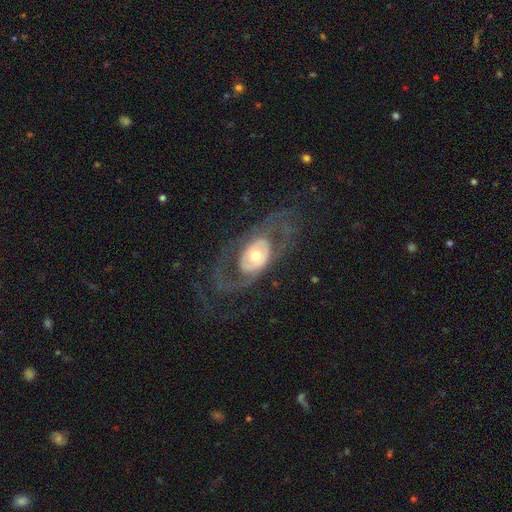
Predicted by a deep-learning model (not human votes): Smooth or featured: featured or disk — 75% (smooth — 20%)
Edge-on disk: no — 92% (yes — 8%)
Bar: no — 76% (weak — 17%)
Spiral arms: yes — 59% (no — 41%)
Bulge size: moderate — 67% (large — 16%)
Merging: none — 62% (major disturbance — 22%)